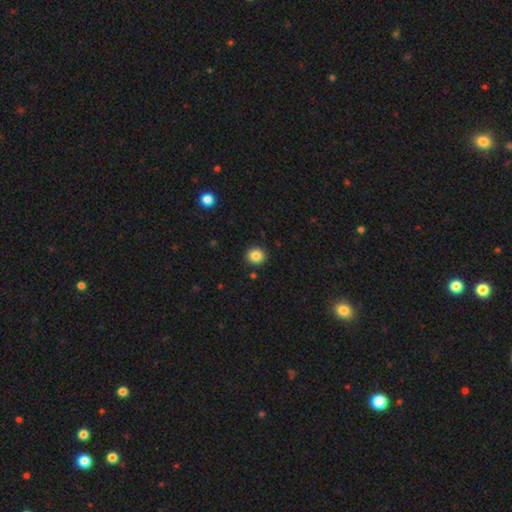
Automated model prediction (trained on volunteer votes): Q: Smooth or featured?
A: smooth (84%); runner-up: star or artifact (10%)
Q: How rounded?
A: round (90%); runner-up: in between (9%)
Q: Merging?
A: none (91%); runner-up: minor disturbance (6%)